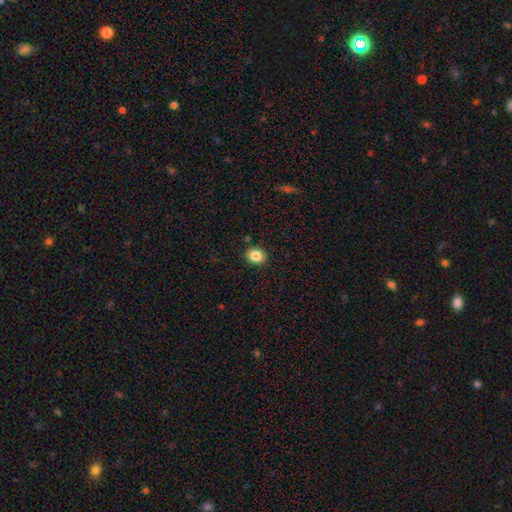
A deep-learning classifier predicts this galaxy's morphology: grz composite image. It shows a smooth galaxy with no disk features (85%) that is in between round and cigar-shaped (50%). Merging: none (89%).